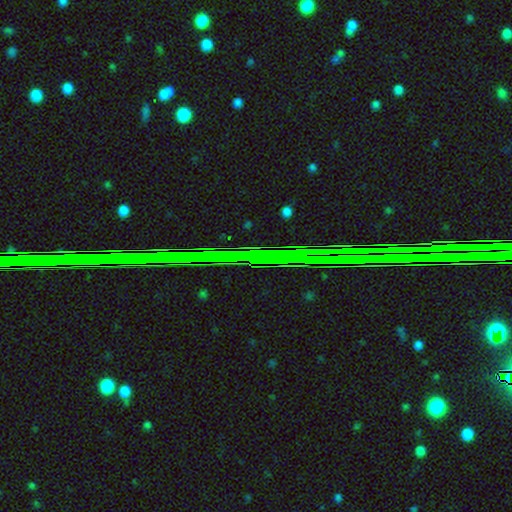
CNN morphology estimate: Smooth or featured? star or artifact (78%)